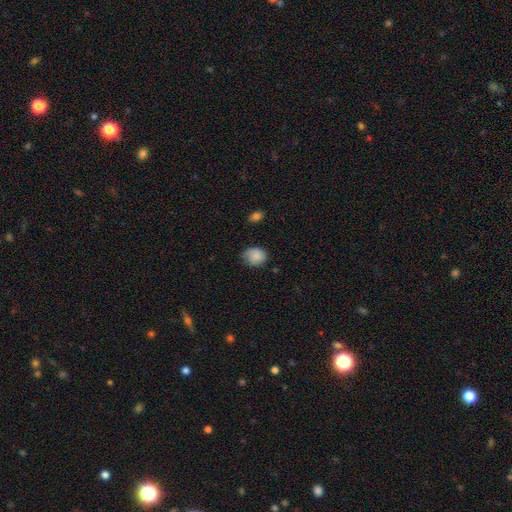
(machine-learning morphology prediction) This appears to be a smooth galaxy with no disk features (85%) that is round (61%). Merging: none (66%).